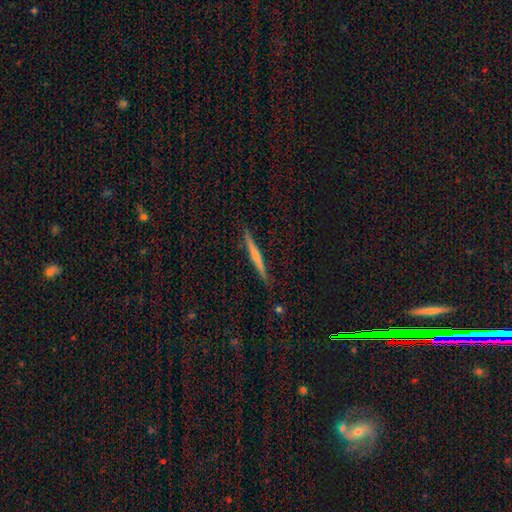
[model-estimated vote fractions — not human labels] featured or disk 49%, smooth 45%, star or artifact 6%. Down the decision tree: merging — none (89%).